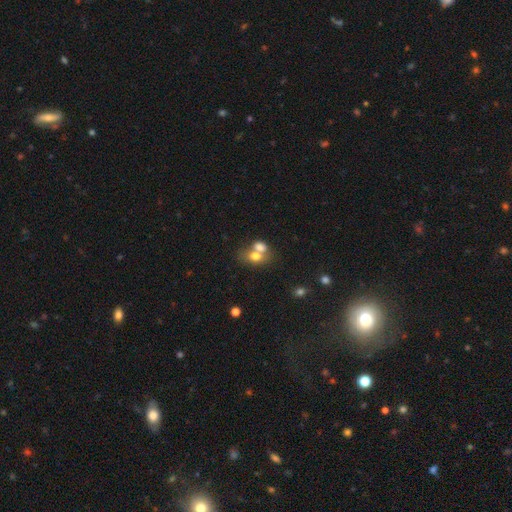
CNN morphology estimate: smooth 71%, featured or disk 18%, star or artifact 11%. Down the decision tree: how rounded — in between (63%); merging — merger (62%).